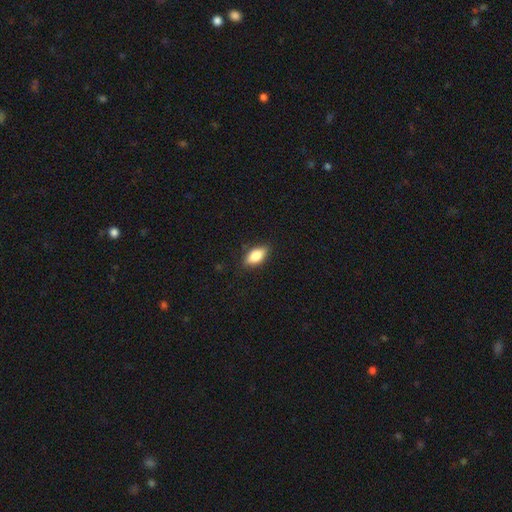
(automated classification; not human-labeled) Overall: smooth (81%). How rounded: in between (87%). Merging: none (85%).